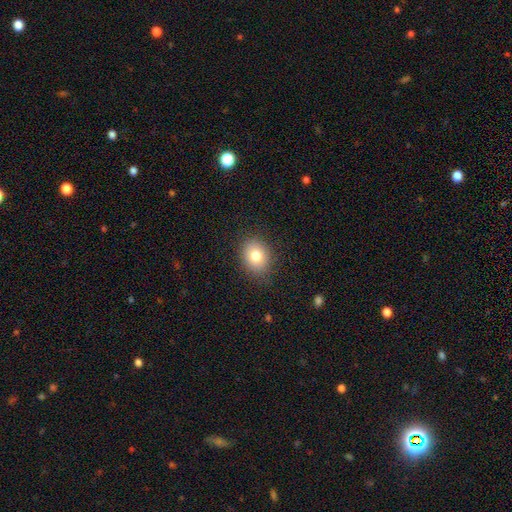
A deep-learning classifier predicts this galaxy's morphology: smooth 79%, featured or disk 11%, star or artifact 10%. Down the decision tree: how rounded — in between (50%); merging — none (85%).